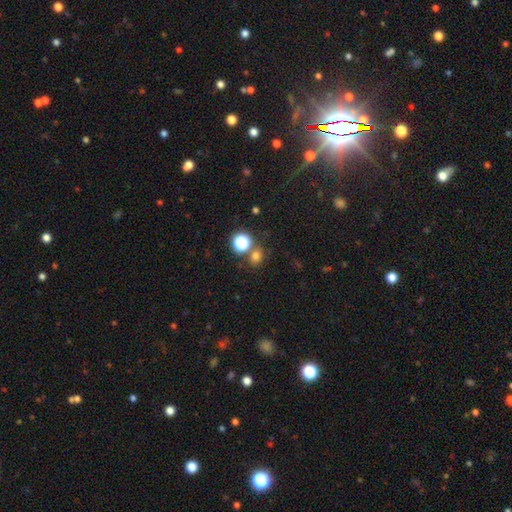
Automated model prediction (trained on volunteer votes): smooth_or_featured: smooth (p=0.69) [alt: star or artifact p=0.24]
how_rounded: round (p=0.68) [alt: in between p=0.31]
merging: none (p=0.71) [alt: merger p=0.16]